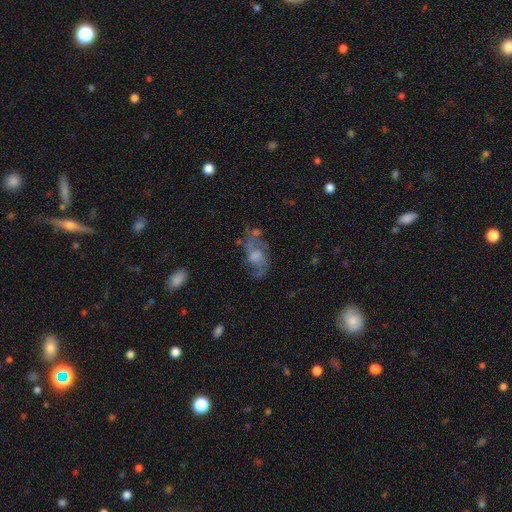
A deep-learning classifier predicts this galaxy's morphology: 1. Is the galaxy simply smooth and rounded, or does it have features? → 70% featured or disk, 21% smooth, 9% star or artifact.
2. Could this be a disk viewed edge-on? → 96% no, 4% yes.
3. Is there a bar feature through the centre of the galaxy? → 62% no, 33% weak, 6% strong.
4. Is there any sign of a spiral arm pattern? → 77% yes, 23% no.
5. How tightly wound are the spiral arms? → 44% medium, 39% loose, 17% tight.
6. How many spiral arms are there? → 54% 2, 22% can't tell, 11% 3, 6% 1, 4% 4, 3% more than 4.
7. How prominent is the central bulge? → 39% moderate, 21% small, 20% none, 18% large, 2% dominant.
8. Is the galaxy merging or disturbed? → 45% none, 26% major disturbance, 22% minor disturbance, 7% merger.